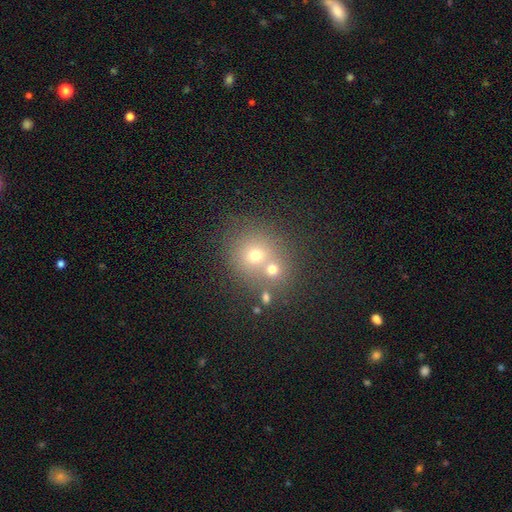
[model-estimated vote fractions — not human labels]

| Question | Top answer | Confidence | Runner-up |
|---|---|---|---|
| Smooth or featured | smooth | 62% | star or artifact (20%) |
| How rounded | round | 82% | in between (17%) |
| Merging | none | 45% | merger (43%) |